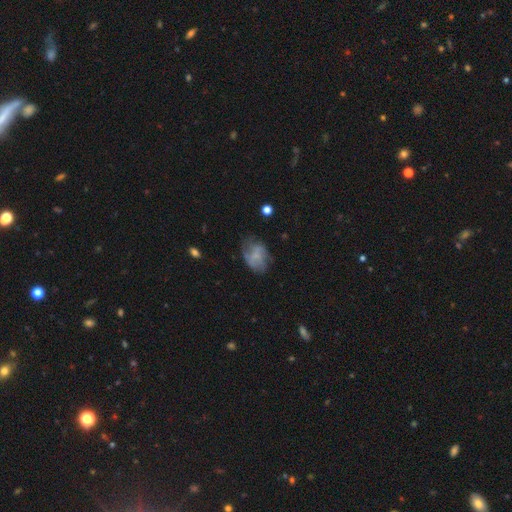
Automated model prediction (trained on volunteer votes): Q: Smooth or featured?
A: smooth (51%); runner-up: featured or disk (39%)
Q: How rounded?
A: in between (75%); runner-up: round (24%)
Q: Merging?
A: none (49%); runner-up: minor disturbance (30%)